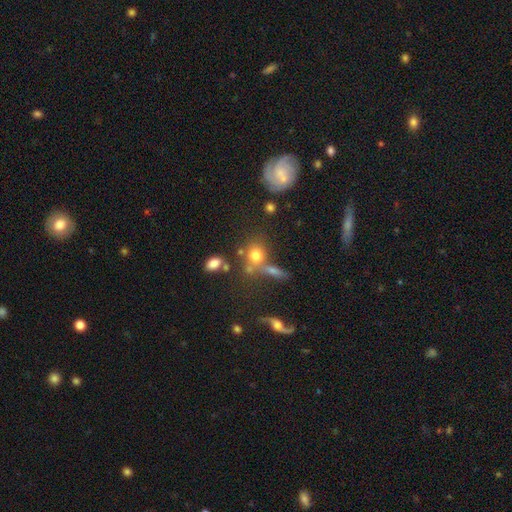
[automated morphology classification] A smooth galaxy with no disk features (72%) that is round (71%). Merging: none (52%).